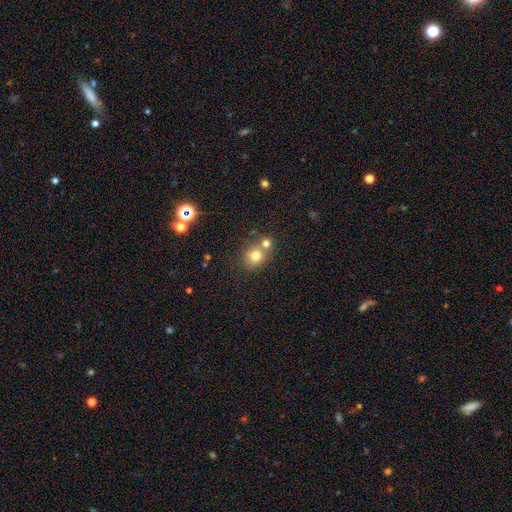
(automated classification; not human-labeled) A smooth galaxy with no disk features (74%) that is round (79%).

Vote fractions:
- Smooth or featured? smooth: 74% / star or artifact: 14% / featured or disk: 12%
- How rounded? round: 79% / in between: 20% / cigar-shaped: 1%
- Merging? none: 53% / merger: 35% / minor disturbance: 9% / major disturbance: 3%